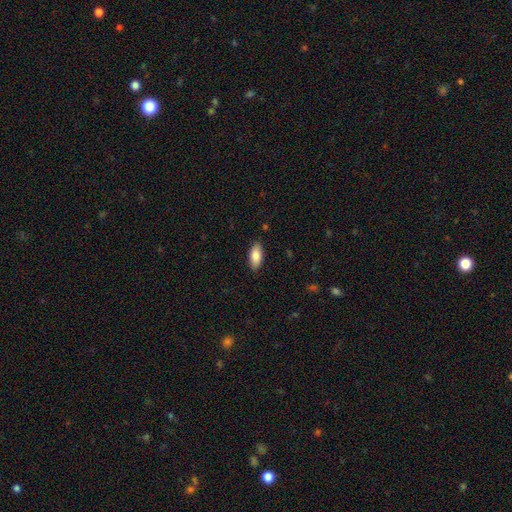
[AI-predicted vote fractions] Smooth or featured?
  - smooth: 85% *
  - featured or disk: 9%
  - star or artifact: 6%
How rounded?
  - in between: 88% *
  - cigar-shaped: 9%
  - round: 2%
Merging?
  - none: 88% *
  - minor disturbance: 9%
  - major disturbance: 2%
  - merger: 1%